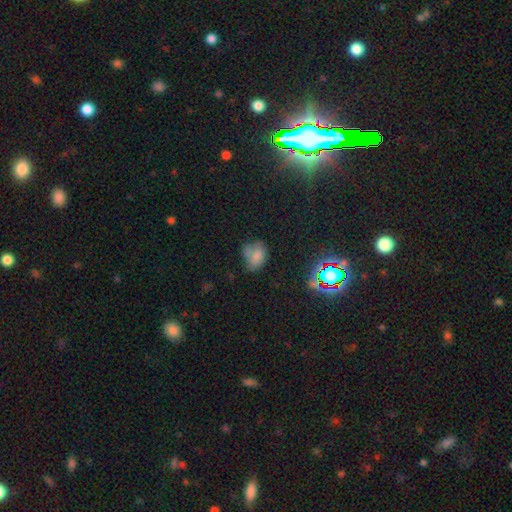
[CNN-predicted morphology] Q: Smooth or featured?
A: smooth (67%); runner-up: star or artifact (17%)
Q: How rounded?
A: in between (65%); runner-up: round (34%)
Q: Merging?
A: none (43%); runner-up: minor disturbance (31%)